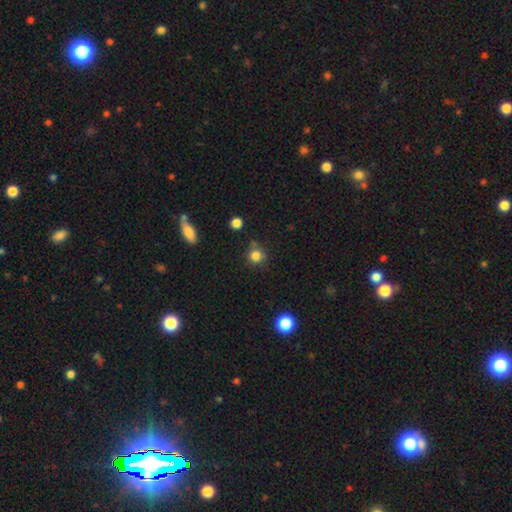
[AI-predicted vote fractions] A smooth galaxy with no disk features (82%) that is round (89%).

Vote fractions:
- Smooth or featured? smooth: 82% / star or artifact: 13% / featured or disk: 5%
- How rounded? round: 89% / in between: 10% / cigar-shaped: 1%
- Merging? none: 70% / minor disturbance: 17% / merger: 8% / major disturbance: 5%